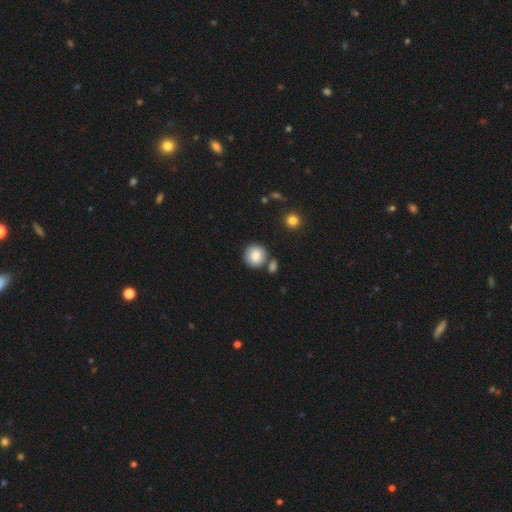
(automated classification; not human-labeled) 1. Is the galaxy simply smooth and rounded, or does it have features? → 86% smooth, 8% star or artifact, 6% featured or disk.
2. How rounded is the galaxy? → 92% round, 7% in between, 1% cigar-shaped.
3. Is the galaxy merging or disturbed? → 76% none, 13% merger, 9% minor disturbance, 3% major disturbance.